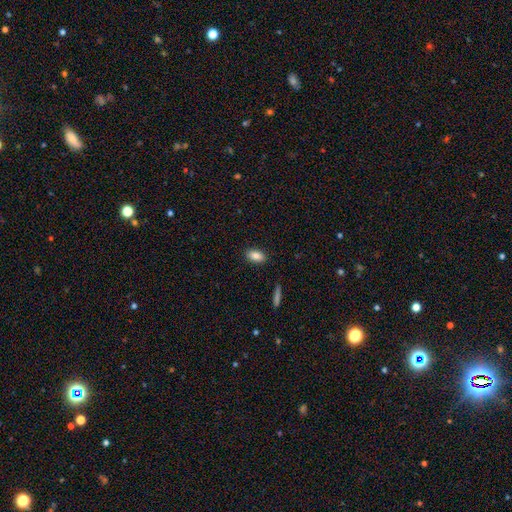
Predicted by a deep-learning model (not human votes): This is clearly a smooth galaxy (86%). How rounded: clearly in between (90%). Merging: clearly none (88%).